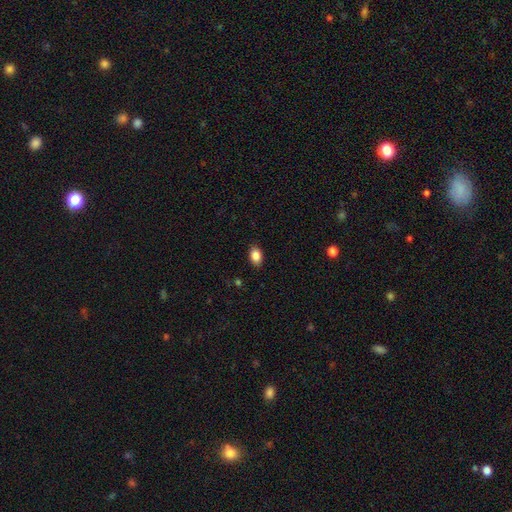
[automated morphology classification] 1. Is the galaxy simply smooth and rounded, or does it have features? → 86% smooth, 8% star or artifact, 5% featured or disk.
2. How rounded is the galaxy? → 86% in between, 13% round, 1% cigar-shaped.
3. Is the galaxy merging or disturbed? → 88% none, 9% minor disturbance, 2% major disturbance, 1% merger.